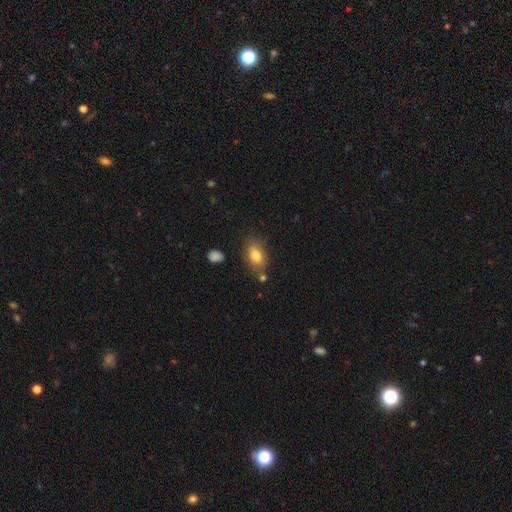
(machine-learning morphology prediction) This is likely a smooth galaxy (78%). How rounded: clearly in between (86%). Merging: likely none (75%).